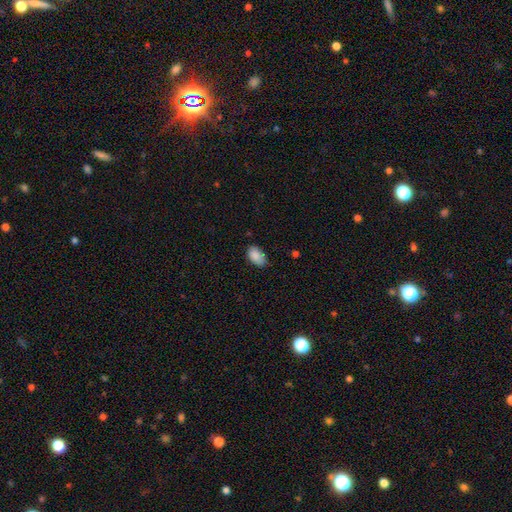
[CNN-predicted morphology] A smooth galaxy with no disk features (88%) that is in between round and cigar-shaped (91%). Merging: none (74%).